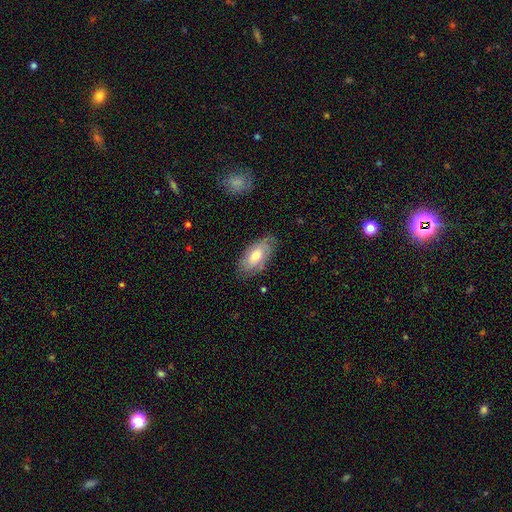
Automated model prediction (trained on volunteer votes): The model was most divided on "smooth or featured": smooth: 54%, featured or disk: 39%, star or artifact: 7%. More confident: how rounded — in between (91%); merging — none (76%).